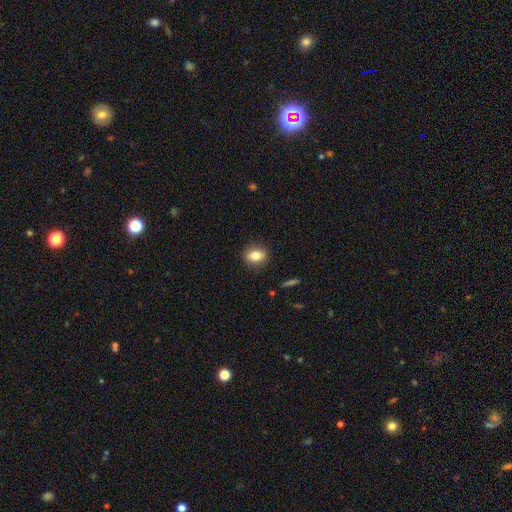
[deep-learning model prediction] Smooth or featured: smooth — 78% (featured or disk — 13%)
How rounded: in between — 61% (round — 35%)
Merging: none — 86% (minor disturbance — 10%)